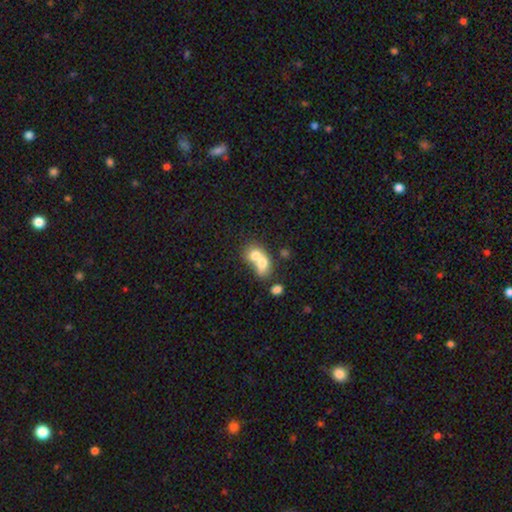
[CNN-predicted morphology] smooth-or-featured: smooth: 70% | featured or disk: 21% | star or artifact: 9%
  how-rounded: round: 49% (tied) | in between: 49% (tied) | cigar-shaped: 1%
  merging: merger: 76% | none: 15% | minor disturbance: 5% | major disturbance: 4%